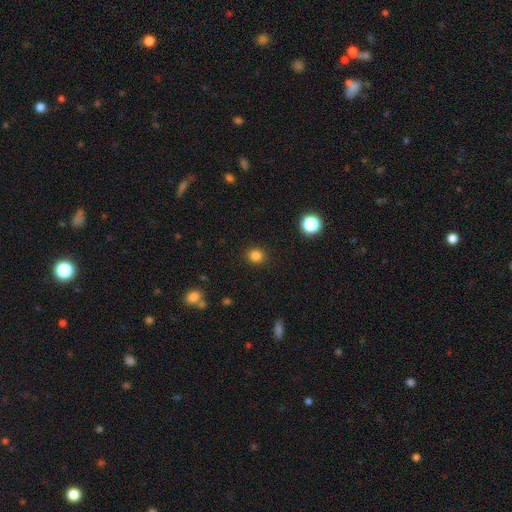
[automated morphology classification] smooth 83%, star or artifact 13%, featured or disk 4%. Down the decision tree: how rounded — round (86%); merging — none (90%).